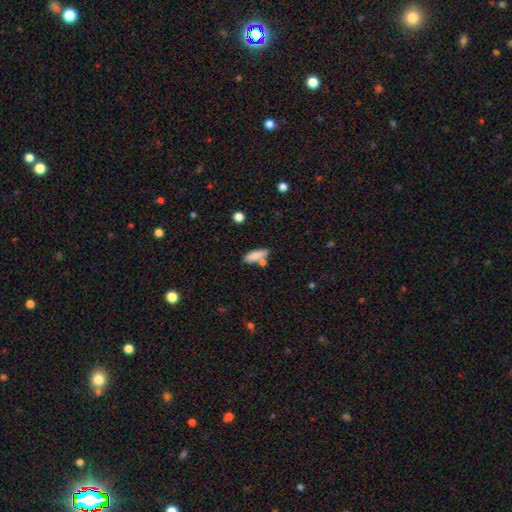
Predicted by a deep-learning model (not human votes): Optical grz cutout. It shows a smooth galaxy with no disk features (83%) that is in between round and cigar-shaped (55%). Merging: none (63%).